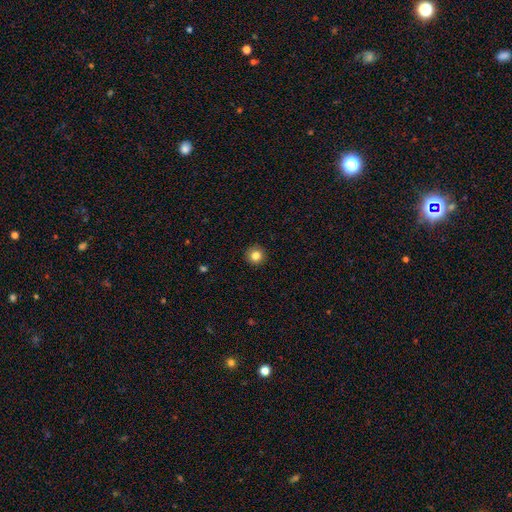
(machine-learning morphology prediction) smooth-or-featured: smooth: 83% | star or artifact: 11% | featured or disk: 7%
  how-rounded: round: 95% | in between: 4% | cigar-shaped: 1%
  merging: none: 93% | minor disturbance: 5% | major disturbance: 2% | merger: 1%